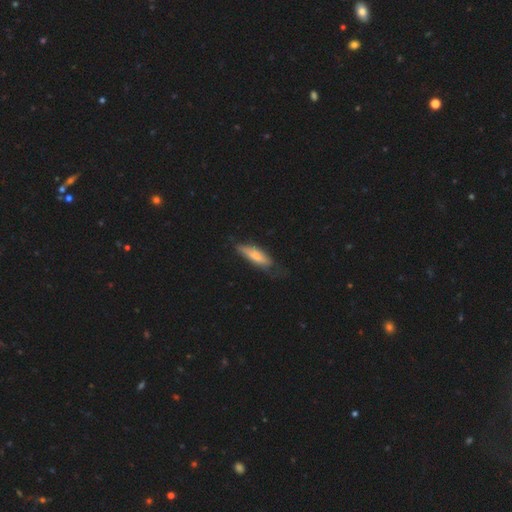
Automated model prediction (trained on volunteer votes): smooth-or-featured: smooth: 64% | featured or disk: 30% | star or artifact: 6%
  how-rounded: cigar-shaped: 56% | in between: 43% | round: 2%
  merging: none: 57% | minor disturbance: 31% | major disturbance: 10% | merger: 2%